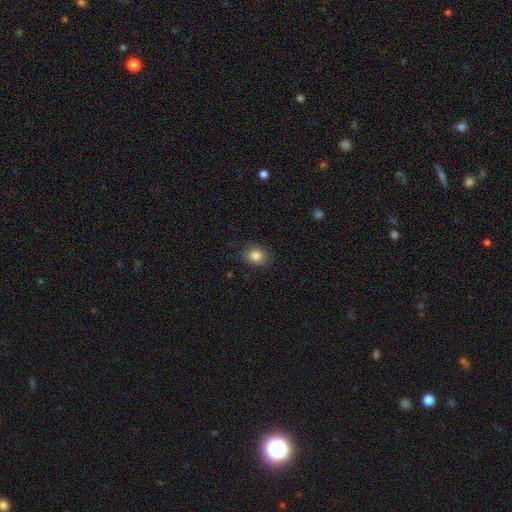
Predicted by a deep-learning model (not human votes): The model was most divided on "how rounded": round: 59%, in between: 40%, cigar-shaped: 1%. More confident: merging — none (87%); smooth or featured — smooth (85%).